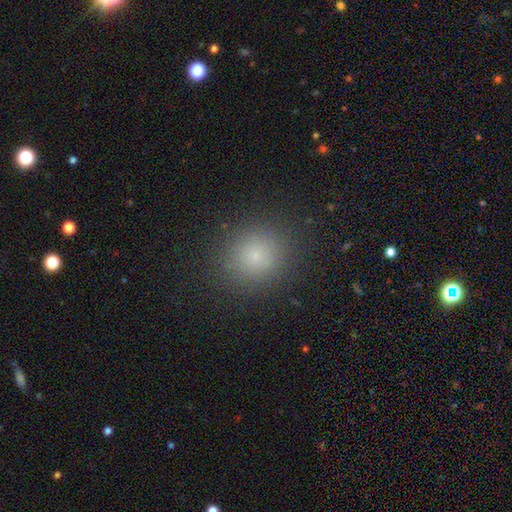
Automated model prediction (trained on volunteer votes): Smooth or featured: smooth — 76% (star or artifact — 17%)
How rounded: round — 86% (in between — 13%)
Merging: none — 89% (minor disturbance — 7%)